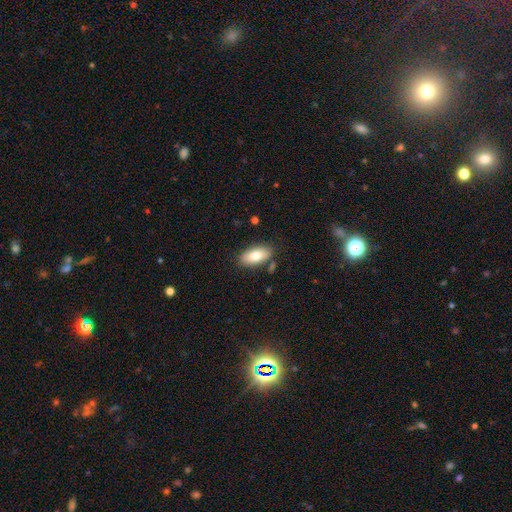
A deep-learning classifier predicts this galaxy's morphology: Smooth or featured? smooth (80%)
How rounded? in between (90%)
Merging? none (81%)